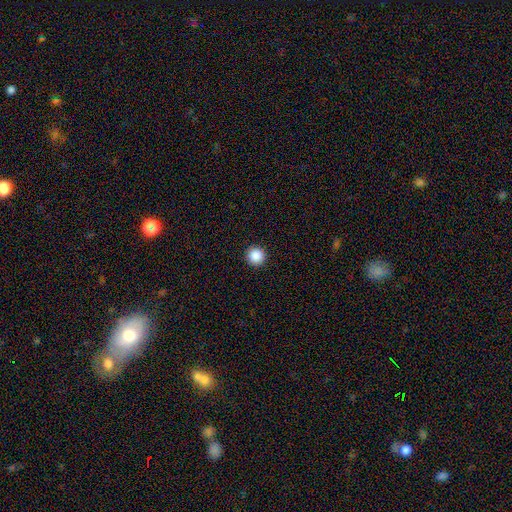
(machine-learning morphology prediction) Smooth or featured: smooth — 87% (star or artifact — 9%)
How rounded: round — 96% (in between — 3%)
Merging: none — 93% (minor disturbance — 4%)